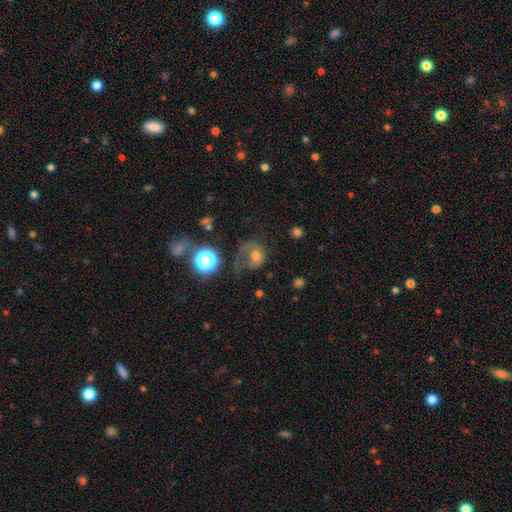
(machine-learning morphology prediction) type=smooth (44%); merging=major disturbance (42%).